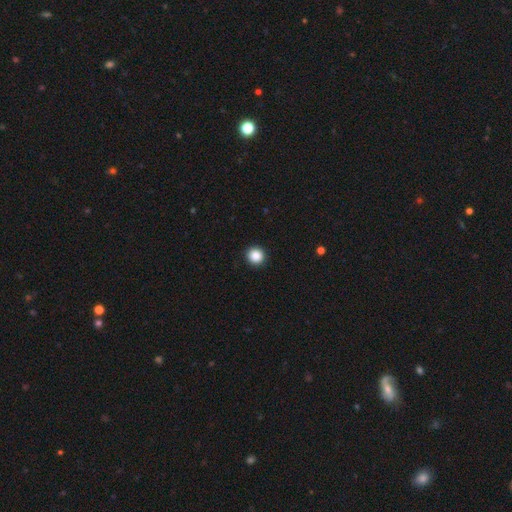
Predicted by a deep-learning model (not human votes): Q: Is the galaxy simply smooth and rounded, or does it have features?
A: smooth — 88%.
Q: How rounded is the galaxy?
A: round — 94%.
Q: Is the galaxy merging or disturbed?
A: none — 93%.